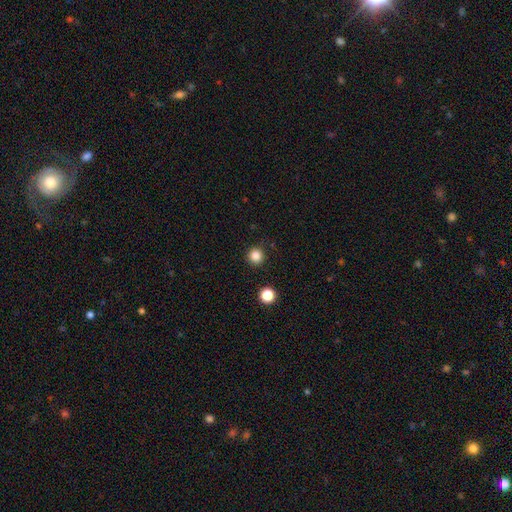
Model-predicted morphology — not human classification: smooth-or-featured: smooth: 85% | star or artifact: 12% | featured or disk: 3%
  how-rounded: round: 95% | in between: 4% | cigar-shaped: 1%
  merging: none: 91% | minor disturbance: 6% | major disturbance: 2% | merger: 2%